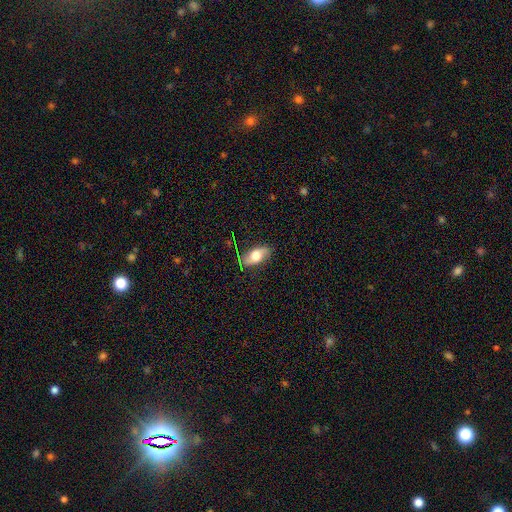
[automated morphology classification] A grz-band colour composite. It shows a smooth galaxy with no disk features (56%) that is in between round and cigar-shaped (87%). Merging: none (76%).